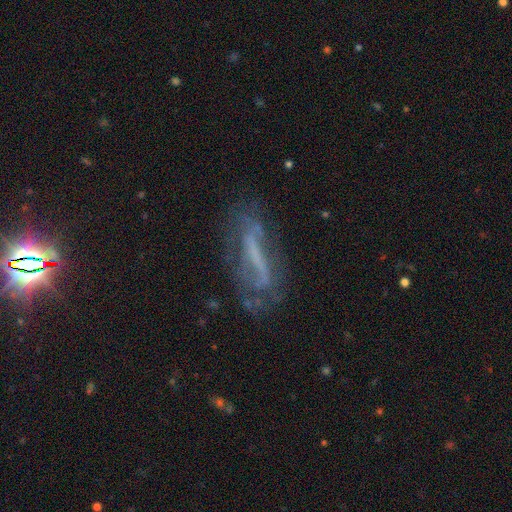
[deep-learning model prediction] Morphology: type=featured or disk (60%); edge-on=no (67%); merging=none (58%).